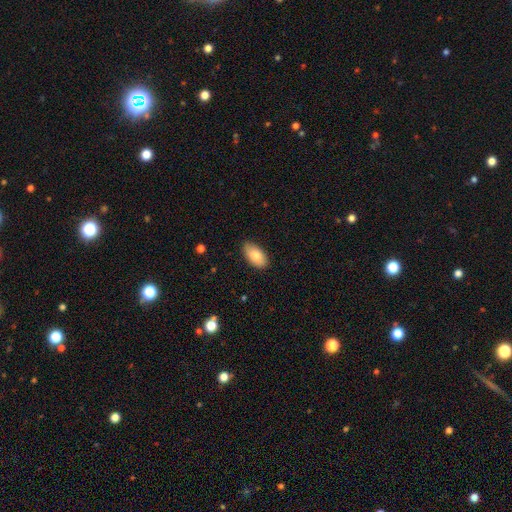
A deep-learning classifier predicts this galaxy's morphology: type=smooth (83%); roundness=in between (95%); merging=none (85%).